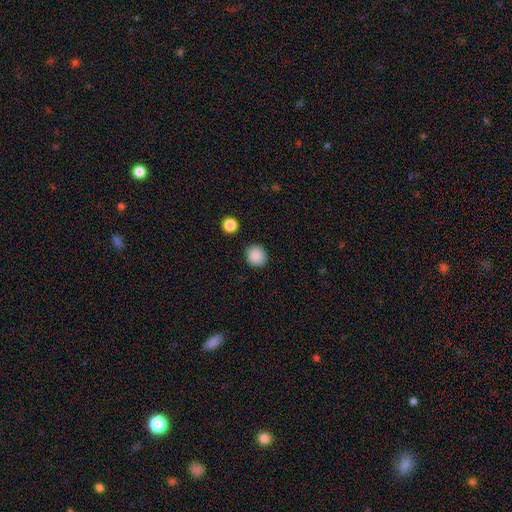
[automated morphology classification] smooth 88%, star or artifact 9%, featured or disk 3%. Down the decision tree: how rounded — round (90%); merging — none (89%).